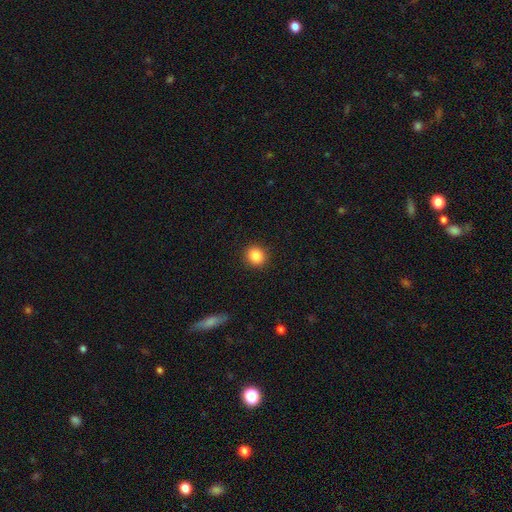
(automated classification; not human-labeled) smooth-or-featured: smooth: 87% | star or artifact: 9% | featured or disk: 4%
  how-rounded: round: 80% | in between: 19% | cigar-shaped: 1%
  merging: none: 91% | minor disturbance: 6% | major disturbance: 2% | merger: 1%